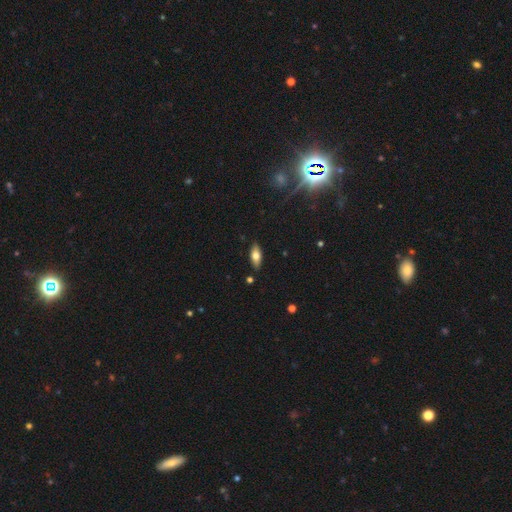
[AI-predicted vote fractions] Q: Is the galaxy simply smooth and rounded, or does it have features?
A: smooth — 68%.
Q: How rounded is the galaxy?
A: in between — 78%.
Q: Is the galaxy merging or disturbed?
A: none — 87%.